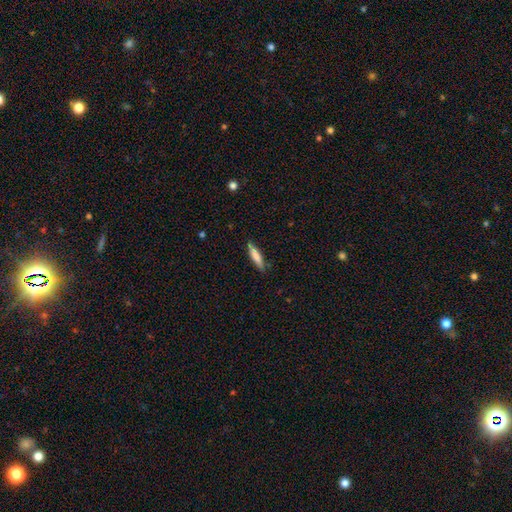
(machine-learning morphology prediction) Q: Smooth or featured?
A: smooth (73%); runner-up: featured or disk (21%)
Q: How rounded?
A: cigar-shaped (86%); runner-up: in between (12%)
Q: Merging?
A: none (86%); runner-up: minor disturbance (11%)